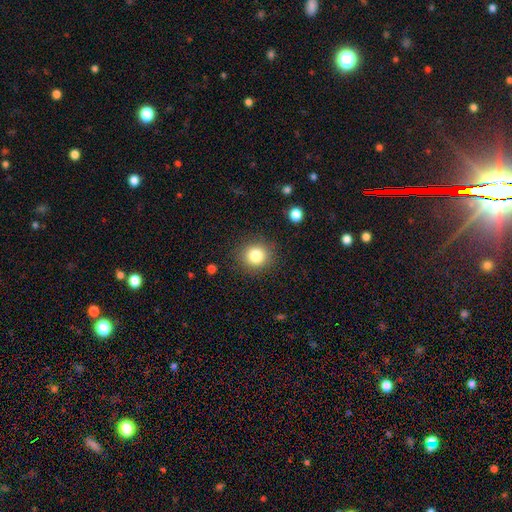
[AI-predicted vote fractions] A smooth galaxy with no disk features (82%) that is round (87%). Merging: none (88%).